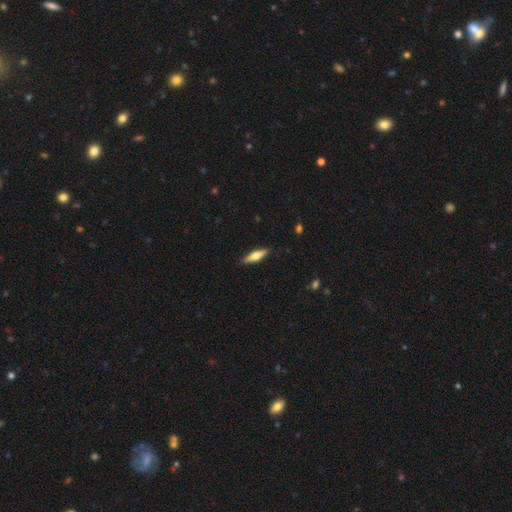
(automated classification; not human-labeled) Smooth or featured? smooth (54%)
How rounded? cigar-shaped (63%)
Merging? none (88%)